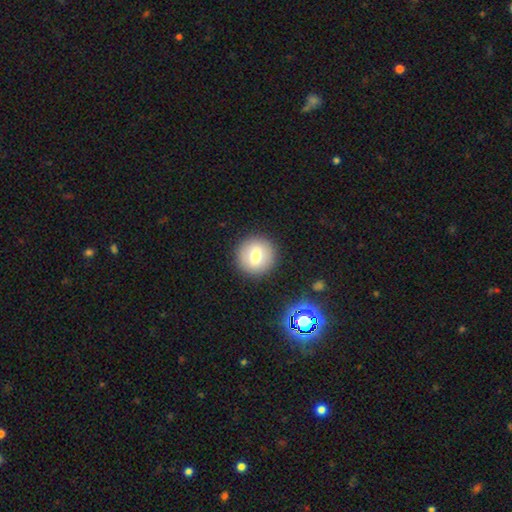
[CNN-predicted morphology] The model was most divided on "smooth or featured": smooth: 72%, featured or disk: 18%, star or artifact: 10%. More confident: how rounded — round (94%); merging — none (90%).